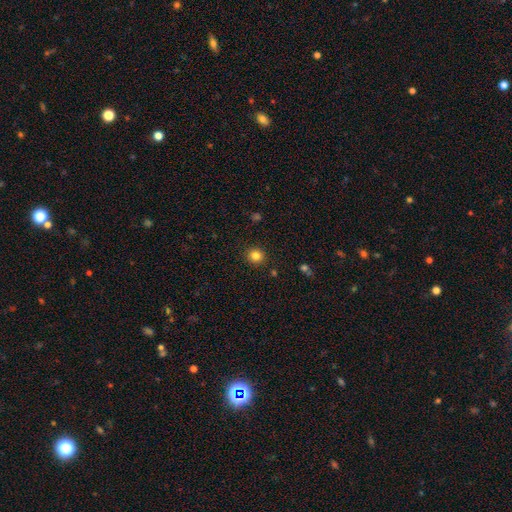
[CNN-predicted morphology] This appears to be a smooth galaxy with no disk features (83%) that is round (91%). Merging: none (91%).